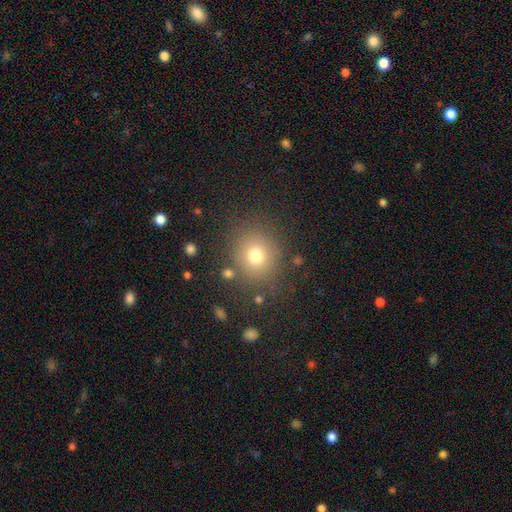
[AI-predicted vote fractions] smooth 73%, star or artifact 17%, featured or disk 11%. Down the decision tree: how rounded — round (80%); merging — none (82%).